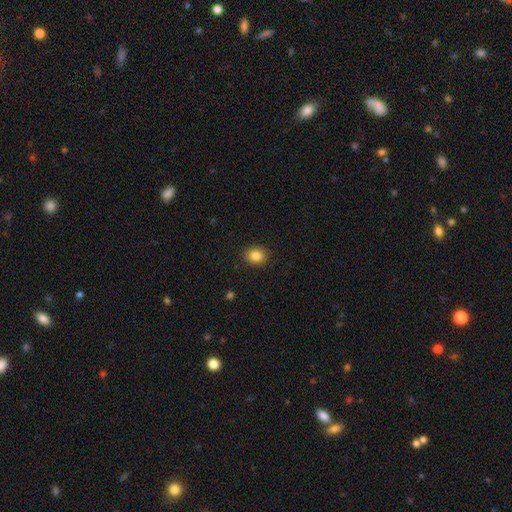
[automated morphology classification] Smooth or featured?
  - smooth: 86% *
  - star or artifact: 9%
  - featured or disk: 5%
How rounded?
  - round: 61% *
  - in between: 38%
  - cigar-shaped: 1%
Merging?
  - none: 90% *
  - minor disturbance: 7%
  - major disturbance: 2%
  - merger: 1%